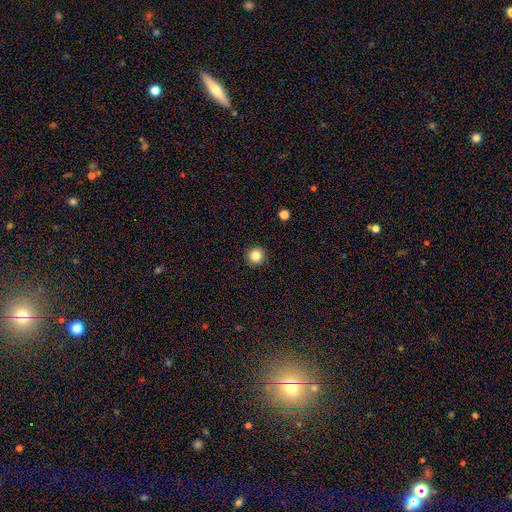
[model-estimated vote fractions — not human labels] Overall: smooth (83%). How rounded: round (94%). Merging: none (91%).